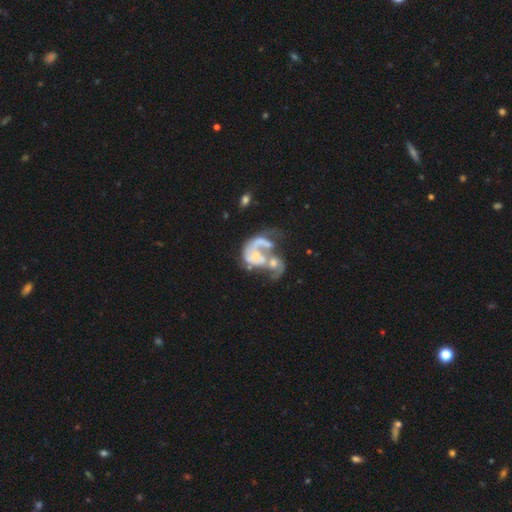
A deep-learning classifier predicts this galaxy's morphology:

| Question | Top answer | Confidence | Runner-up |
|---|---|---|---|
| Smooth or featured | featured or disk | 76% | smooth (17%) |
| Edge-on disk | no | 98% | yes (2%) |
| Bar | no | 74% | weak (21%) |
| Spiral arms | yes | 66% | no (34%) |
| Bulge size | moderate | 39% | small (35%) |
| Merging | merger | 68% | major disturbance (18%) |